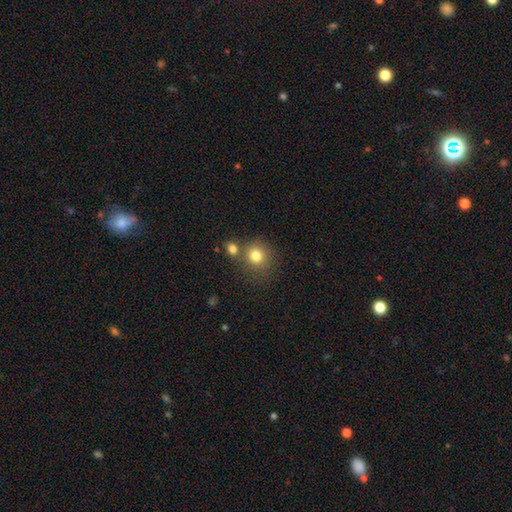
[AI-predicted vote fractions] Q: Smooth or featured?
A: smooth (80%); runner-up: star or artifact (12%)
Q: How rounded?
A: round (84%); runner-up: in between (15%)
Q: Merging?
A: none (63%); runner-up: merger (22%)